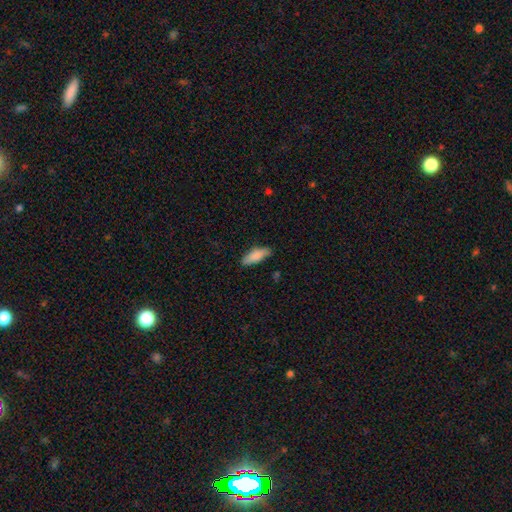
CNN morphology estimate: A smooth galaxy with no disk features (83%) that is in between round and cigar-shaped (68%). Merging: none (78%).